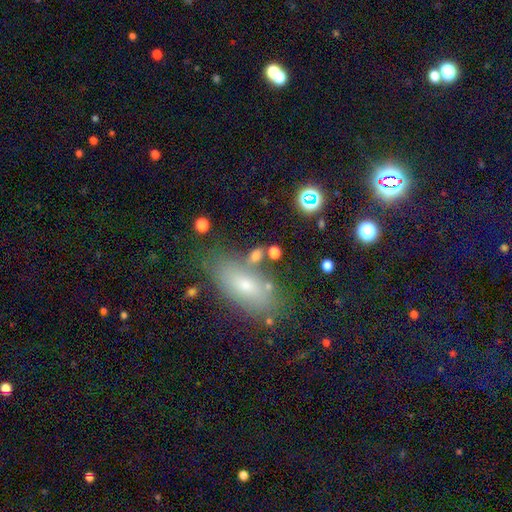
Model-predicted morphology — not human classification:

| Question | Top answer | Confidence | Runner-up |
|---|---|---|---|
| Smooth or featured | smooth | 71% | featured or disk (15%) |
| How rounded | in between | 76% | round (15%) |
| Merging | none | 60% | merger (17%) |